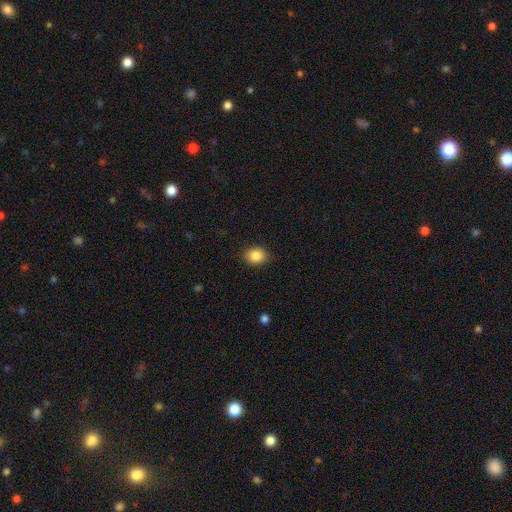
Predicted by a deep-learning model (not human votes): The model was most divided on "how rounded": in between: 50%, round: 49%, cigar-shaped: 1%. More confident: merging — none (88%); smooth or featured — smooth (86%).